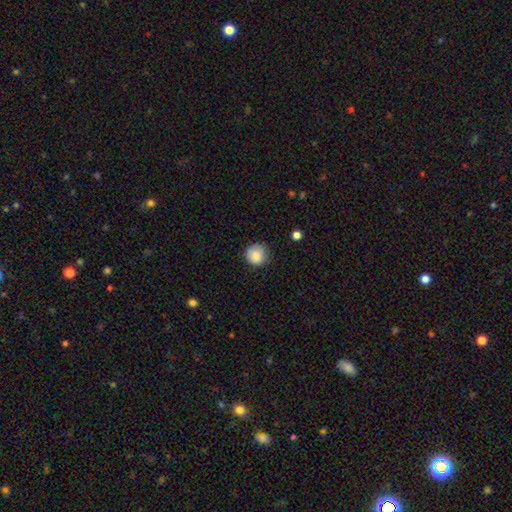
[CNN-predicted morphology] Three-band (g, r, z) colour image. It shows a smooth galaxy with no disk features (86%) that is round (92%). Merging: none (80%).